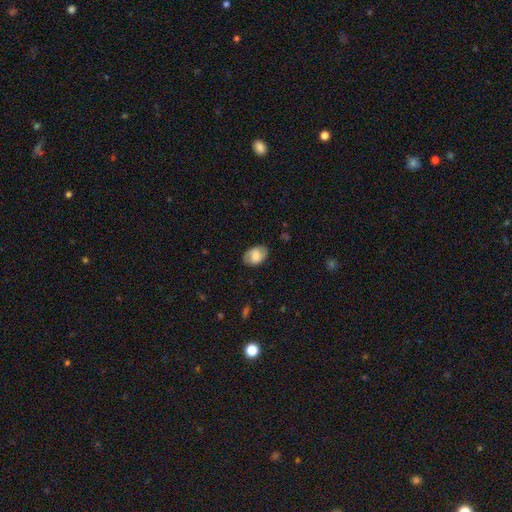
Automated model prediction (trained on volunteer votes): This appears to be a smooth galaxy with no disk features (71%) that is in between round and cigar-shaped (86%). Merging: none (79%).